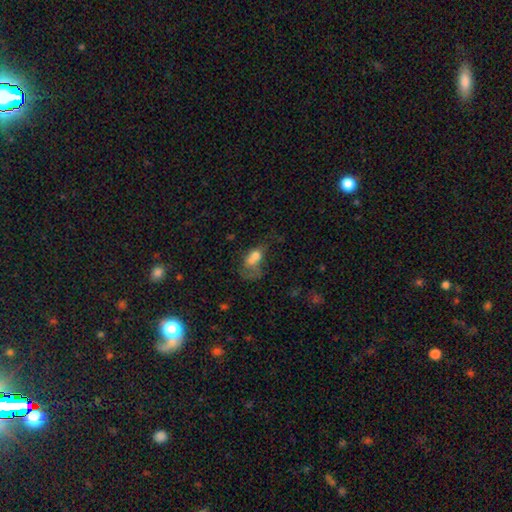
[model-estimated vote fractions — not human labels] smooth-or-featured: smooth: 63% | featured or disk: 25% | star or artifact: 12%
  how-rounded: in between: 69% | round: 27% | cigar-shaped: 4%
  merging: merger: 46% | major disturbance: 26% | none: 16% | minor disturbance: 12%